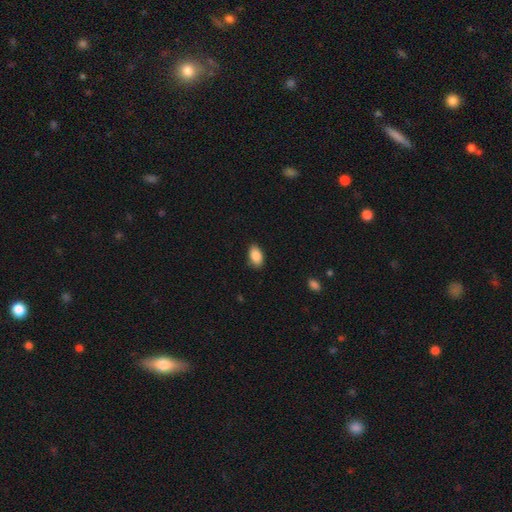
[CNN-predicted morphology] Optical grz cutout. It shows a smooth galaxy with no disk features (88%) that is in between round and cigar-shaped (91%). Merging: none (85%).